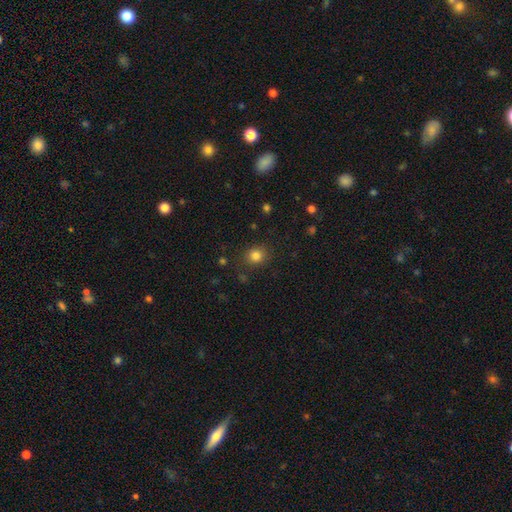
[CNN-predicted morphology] This appears to be a smooth galaxy with no disk features (82%) that is round (76%). Merging: none (83%).